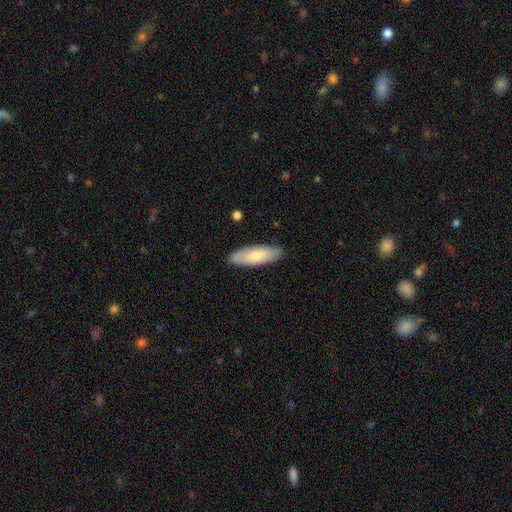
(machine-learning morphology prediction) Smooth or featured: smooth — 66% (featured or disk — 28%)
How rounded: in between — 53% (cigar-shaped — 45%)
Merging: none — 85% (minor disturbance — 12%)